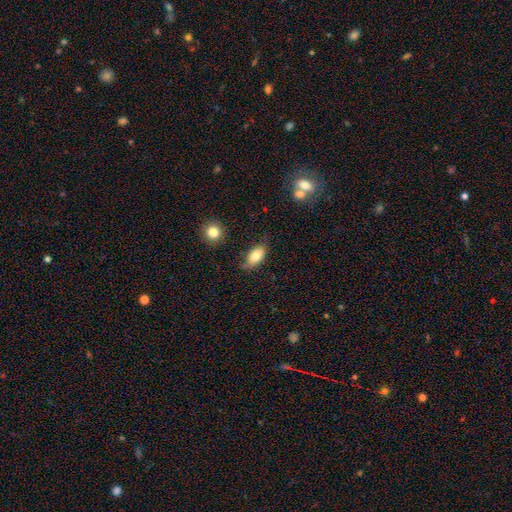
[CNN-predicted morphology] The model was most divided on "merging": none: 60%, minor disturbance: 29%, major disturbance: 7%, merger: 3%. More confident: how rounded — in between (90%); smooth or featured — smooth (79%).